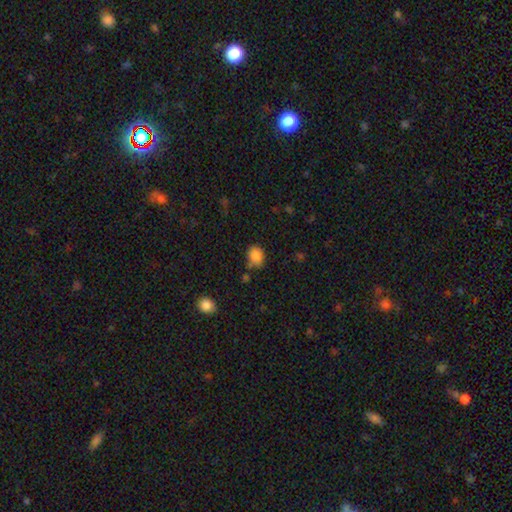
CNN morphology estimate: smooth-or-featured: smooth: 85% | star or artifact: 10% | featured or disk: 6%
  how-rounded: round: 59% | in between: 40% | cigar-shaped: 1%
  merging: none: 63% | minor disturbance: 24% | merger: 7% | major disturbance: 5%